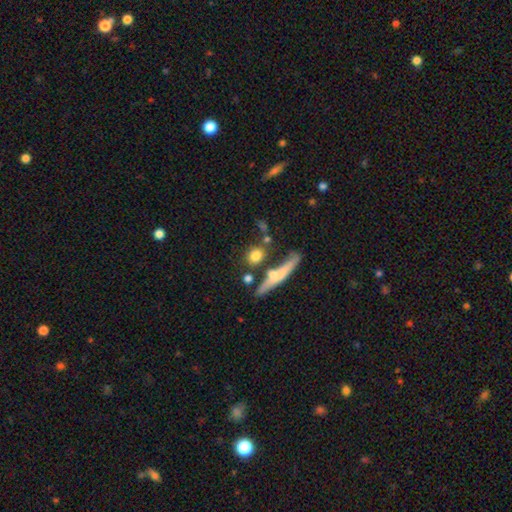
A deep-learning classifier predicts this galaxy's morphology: This is likely a smooth galaxy (76%). How rounded: possibly round (60%). Merging: likely none (66%).